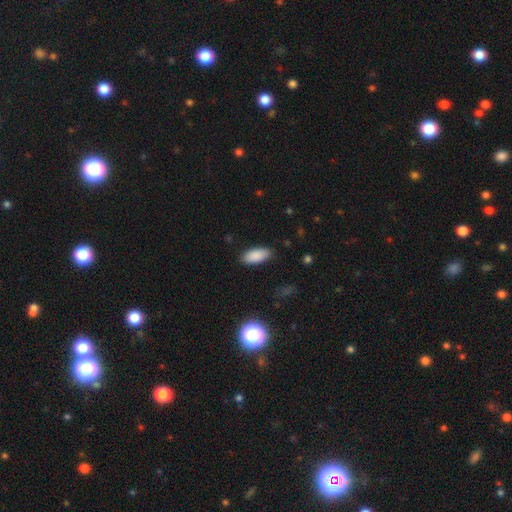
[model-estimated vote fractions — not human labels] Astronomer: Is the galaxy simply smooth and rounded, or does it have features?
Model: smooth — 88%.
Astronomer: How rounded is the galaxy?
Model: in between — 87%.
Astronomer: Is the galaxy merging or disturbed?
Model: none — 88%.